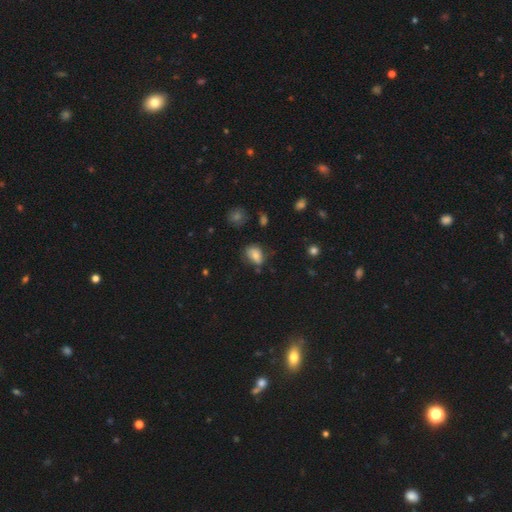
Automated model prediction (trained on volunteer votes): smooth_or_featured: smooth (p=0.75) [alt: featured or disk p=0.13]
how_rounded: in between (p=0.75) [alt: round p=0.23]
merging: none (p=0.59) [alt: minor disturbance p=0.27]